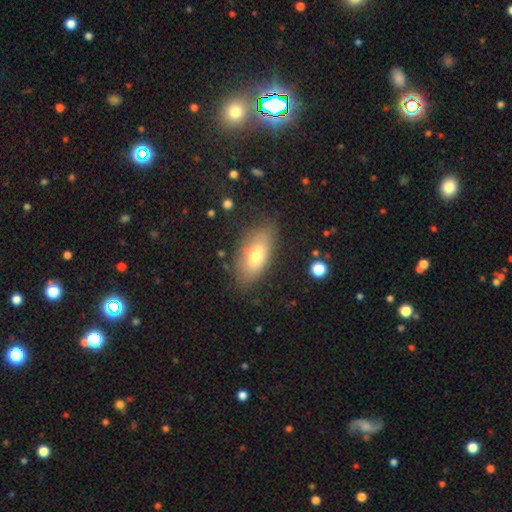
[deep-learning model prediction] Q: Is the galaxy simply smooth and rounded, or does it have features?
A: smooth — 69%.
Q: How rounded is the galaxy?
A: in between — 85%.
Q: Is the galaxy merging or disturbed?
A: none — 74%.